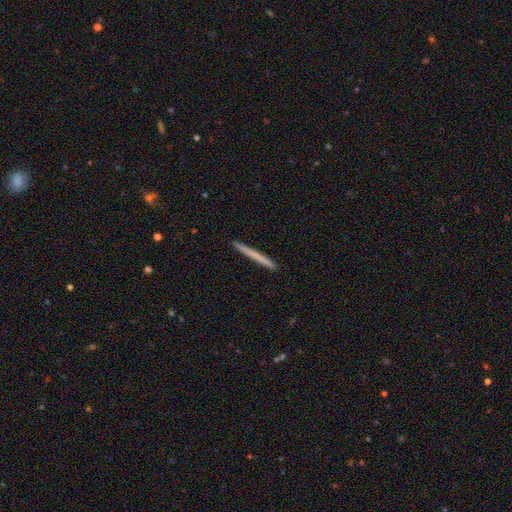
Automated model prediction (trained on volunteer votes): A smooth galaxy with no disk features (62%) that is cigar-shaped (97%).

Vote fractions:
- Smooth or featured? smooth: 62% / featured or disk: 33% / star or artifact: 5%
- How rounded? cigar-shaped: 97% / in between: 1% / round: 1%
- Merging? none: 93% / minor disturbance: 4% / major disturbance: 1% / merger: 1%